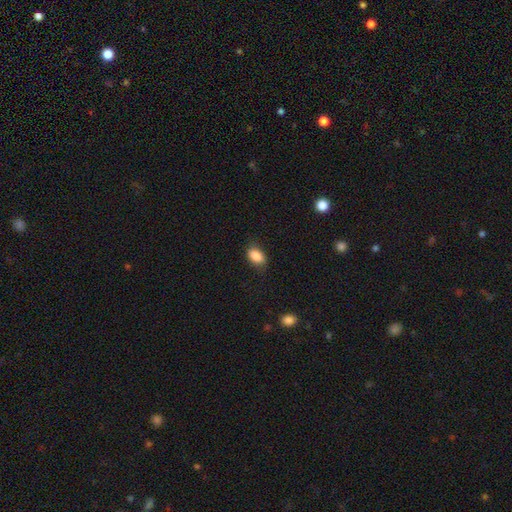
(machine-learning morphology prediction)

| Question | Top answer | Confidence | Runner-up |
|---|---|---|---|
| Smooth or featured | smooth | 87% | star or artifact (8%) |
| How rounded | in between | 87% | round (11%) |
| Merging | none | 79% | minor disturbance (16%) |